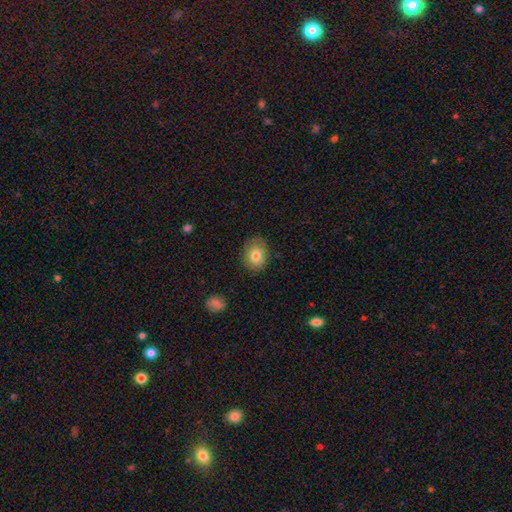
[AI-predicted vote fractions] This appears to be a smooth galaxy with no disk features (78%) that is in between round and cigar-shaped (50%). Merging: none (82%).